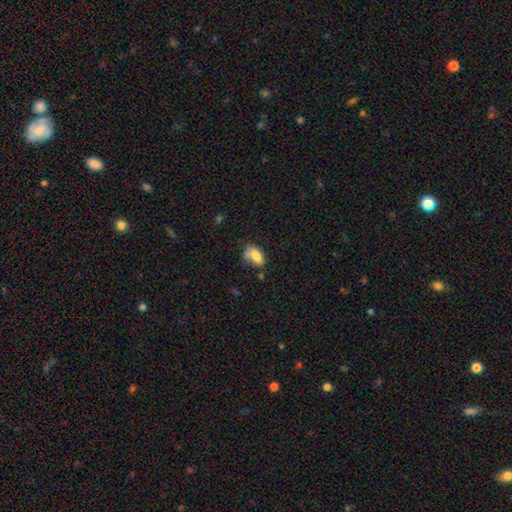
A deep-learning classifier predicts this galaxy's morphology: Smooth or featured: smooth — 77% (featured or disk — 15%)
How rounded: in between — 88% (round — 9%)
Merging: none — 42% (minor disturbance — 29%)